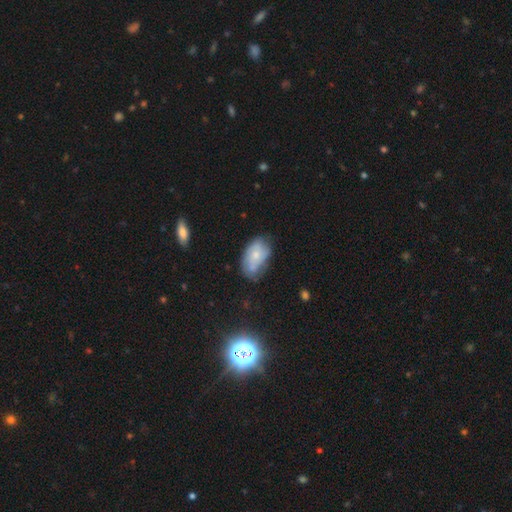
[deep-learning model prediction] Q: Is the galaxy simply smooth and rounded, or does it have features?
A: smooth — 57%.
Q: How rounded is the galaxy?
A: in between — 92%.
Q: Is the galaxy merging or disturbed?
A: none — 48%.